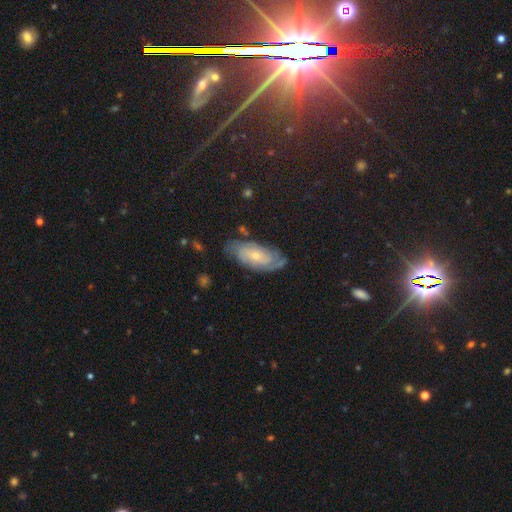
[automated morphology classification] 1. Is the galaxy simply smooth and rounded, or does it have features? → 60% featured or disk, 30% smooth, 10% star or artifact.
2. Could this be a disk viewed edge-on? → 90% no, 10% yes.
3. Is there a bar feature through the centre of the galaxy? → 73% no, 23% weak, 4% strong.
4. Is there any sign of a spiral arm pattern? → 85% yes, 15% no.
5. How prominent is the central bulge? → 70% small, 25% moderate, 2% none, 2% large, 1% dominant.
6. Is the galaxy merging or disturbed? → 70% none, 22% minor disturbance, 6% major disturbance, 2% merger.